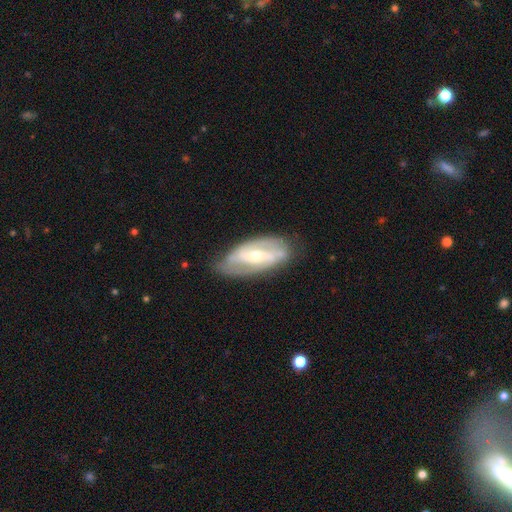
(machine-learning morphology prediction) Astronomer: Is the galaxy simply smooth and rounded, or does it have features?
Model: featured or disk — 77%.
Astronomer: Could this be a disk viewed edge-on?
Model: no — 91%.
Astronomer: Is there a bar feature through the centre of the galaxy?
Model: strong — 44% (runner-up: weak, 34%).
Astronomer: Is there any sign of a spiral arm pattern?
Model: yes — 80%.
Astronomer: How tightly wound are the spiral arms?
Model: medium — 42% (runner-up: tight, 32%).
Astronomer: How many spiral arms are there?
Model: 2 — 76%.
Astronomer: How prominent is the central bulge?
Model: moderate — 50% (runner-up: small, 45%).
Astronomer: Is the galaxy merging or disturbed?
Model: none — 72%.